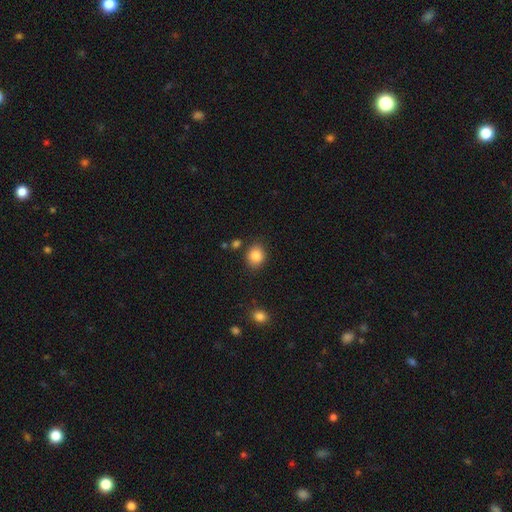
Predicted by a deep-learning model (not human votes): This appears to be a smooth galaxy with no disk features (85%) that is round (66%). Merging: none (82%).